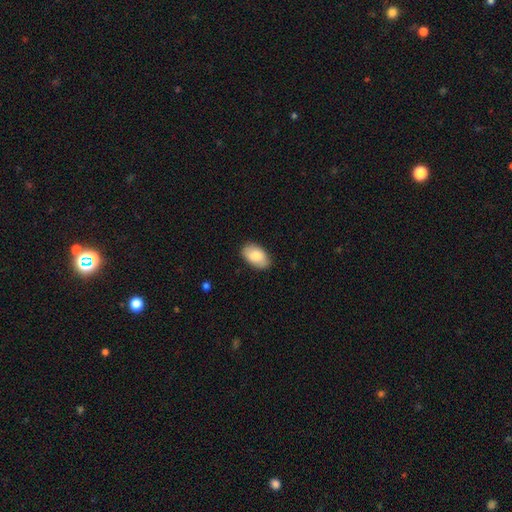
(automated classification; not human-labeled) Q: Smooth or featured?
A: smooth (84%); runner-up: featured or disk (10%)
Q: How rounded?
A: in between (94%); runner-up: round (5%)
Q: Merging?
A: none (85%); runner-up: minor disturbance (11%)